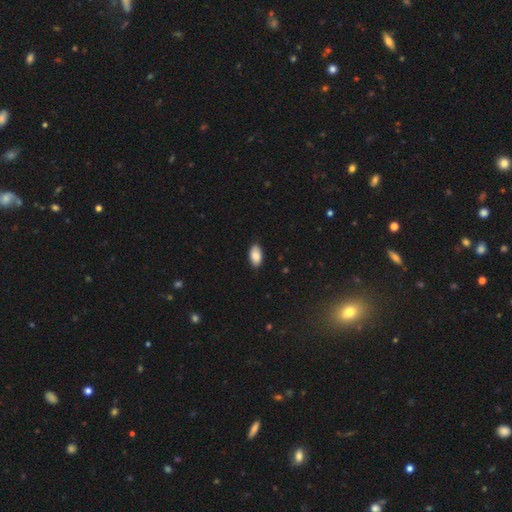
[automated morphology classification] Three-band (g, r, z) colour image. It shows a smooth galaxy with no disk features (88%) that is in between round and cigar-shaped (94%). Merging: none (86%).